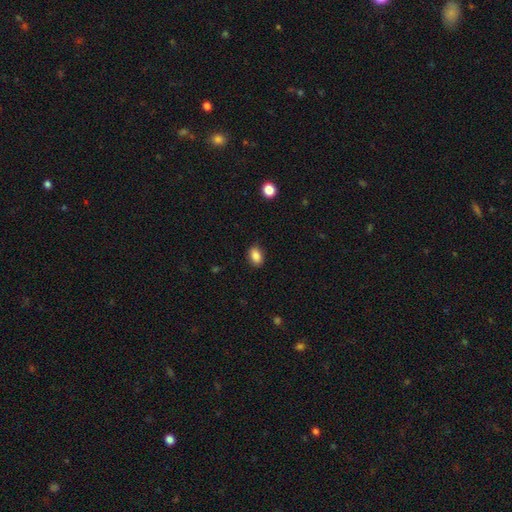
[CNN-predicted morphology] type=smooth (87%); roundness=in between (84%); merging=none (87%).